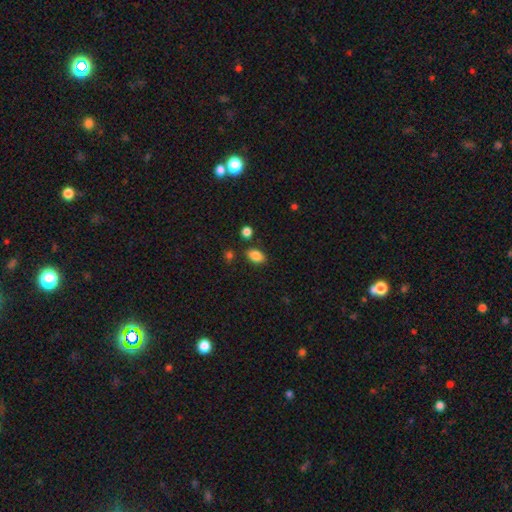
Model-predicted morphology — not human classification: A smooth galaxy with no disk features (86%) that is in between round and cigar-shaped (86%).

Vote fractions:
- Smooth or featured? smooth: 86% / star or artifact: 9% / featured or disk: 4%
- How rounded? in between: 86% / round: 12% / cigar-shaped: 2%
- Merging? none: 82% / minor disturbance: 11% / merger: 4% / major disturbance: 3%